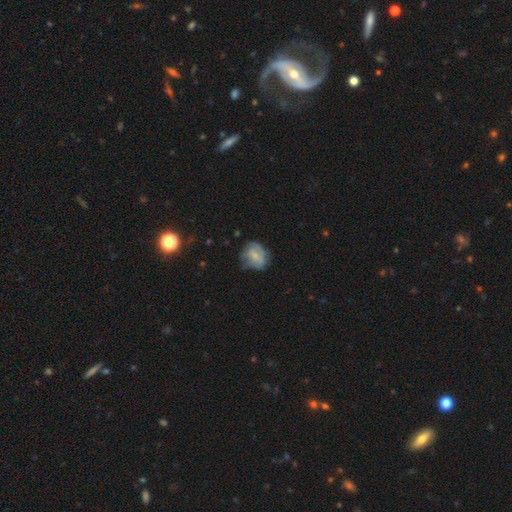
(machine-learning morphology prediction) Q: Smooth or featured?
A: smooth (56%); runner-up: featured or disk (34%)
Q: How rounded?
A: round (58%); runner-up: in between (41%)
Q: Merging?
A: none (51%); runner-up: minor disturbance (31%)